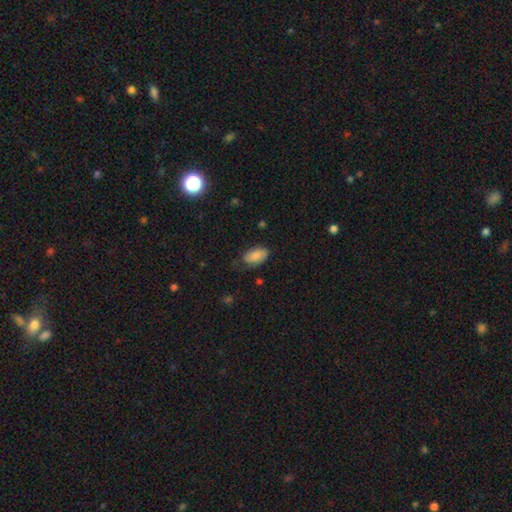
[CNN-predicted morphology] type=smooth (78%); roundness=in between (93%); merging=none (63%).